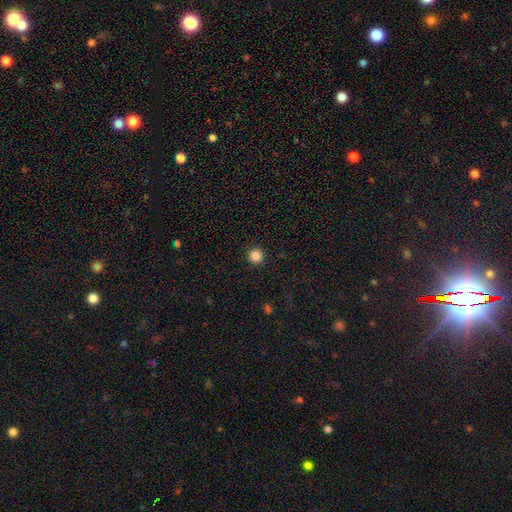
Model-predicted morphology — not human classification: smooth 85%, star or artifact 12%, featured or disk 4%. Down the decision tree: how rounded — round (96%); merging — none (93%).